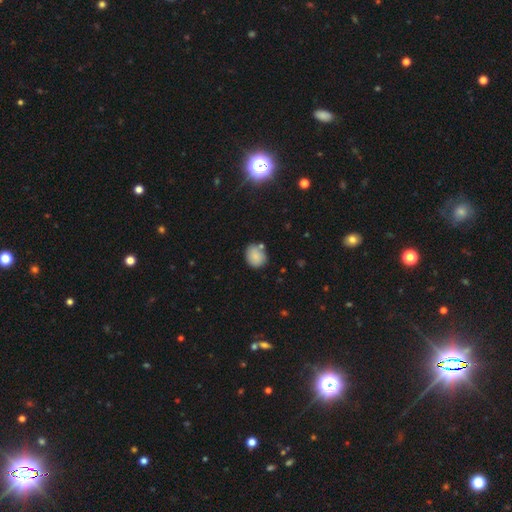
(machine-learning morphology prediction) This is clearly a smooth galaxy (84%). How rounded: likely round (61%). Merging: likely none (68%).